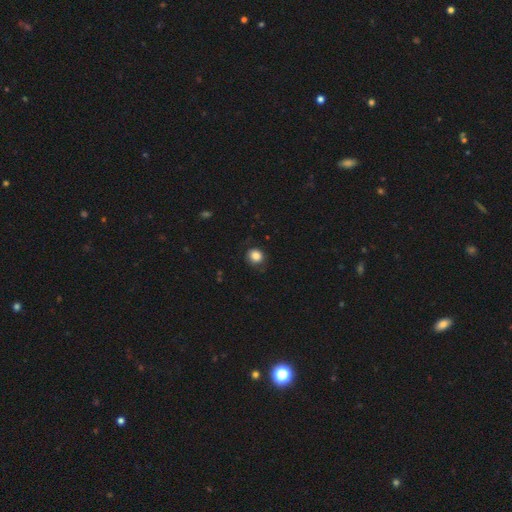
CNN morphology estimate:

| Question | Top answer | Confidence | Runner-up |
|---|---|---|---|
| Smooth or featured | smooth | 85% | star or artifact (10%) |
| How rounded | round | 87% | in between (12%) |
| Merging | none | 81% | minor disturbance (14%) |